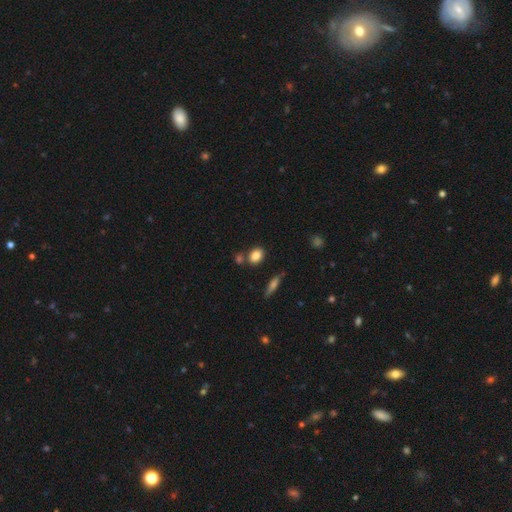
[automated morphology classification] Smooth or featured? Predicted: smooth (p=0.84). How rounded? Predicted: in between (p=0.64). Merging? Predicted: none (p=0.70).